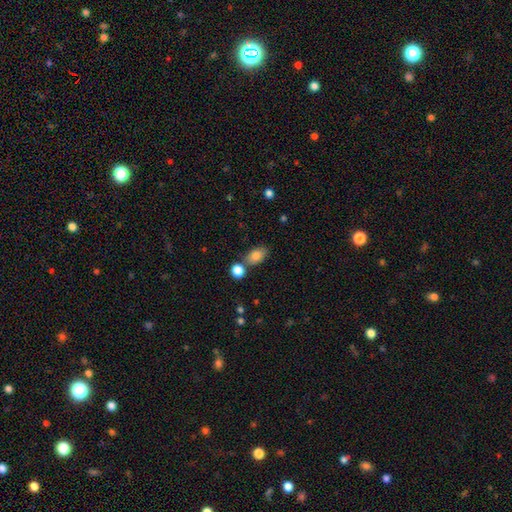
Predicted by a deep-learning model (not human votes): A smooth galaxy with no disk features (84%) that is in between round and cigar-shaped (86%).

Vote fractions:
- Smooth or featured? smooth: 84% / star or artifact: 9% / featured or disk: 8%
- How rounded? in between: 86% / round: 12% / cigar-shaped: 2%
- Merging? none: 67% / merger: 15% / minor disturbance: 14% / major disturbance: 4%